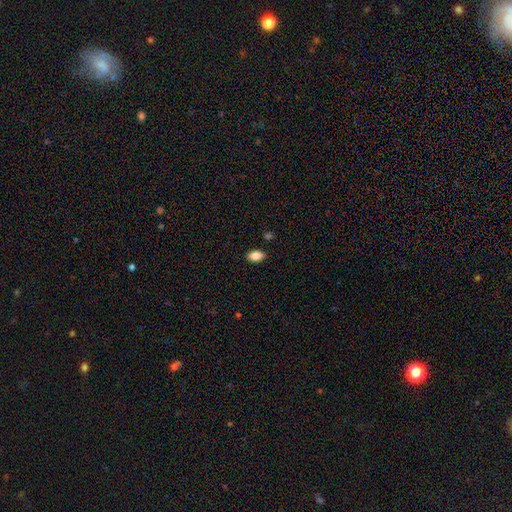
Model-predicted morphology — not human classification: type=smooth (86%); roundness=in between (90%); merging=none (87%).